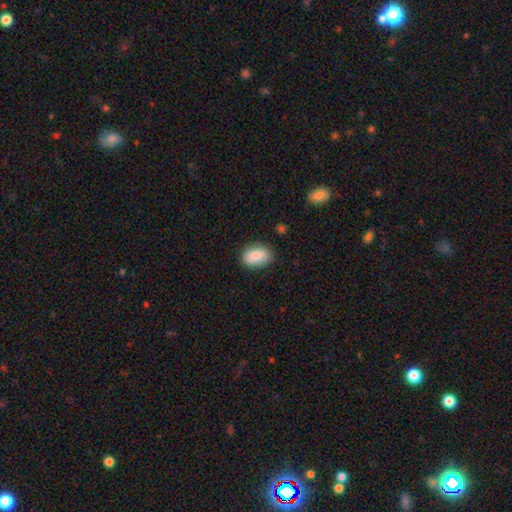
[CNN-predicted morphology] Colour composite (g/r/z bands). It shows a smooth galaxy with no disk features (83%) that is in between round and cigar-shaped (85%). Merging: none (83%).